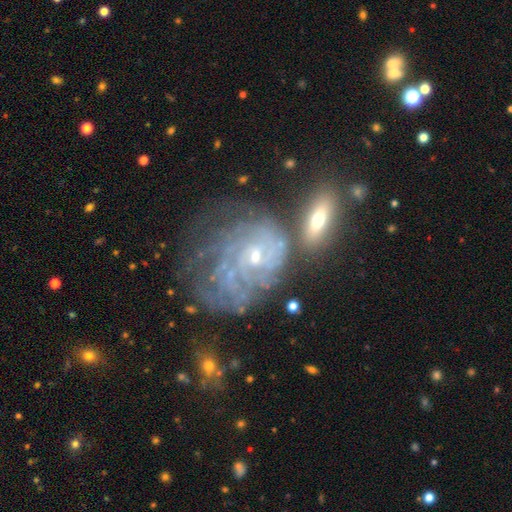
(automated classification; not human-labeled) Smooth or featured? Predicted: featured or disk (p=0.70). Edge-on disk? Predicted: no (p=0.95). Bar? Predicted: no (p=0.65). Spiral arms? Predicted: yes (p=0.90). Spiral winding? Predicted: tight (p=0.74). Spiral arm count? Predicted: can't tell (p=0.42). Bulge size? Predicted: small (p=0.72). Merging? Predicted: none (p=0.57).